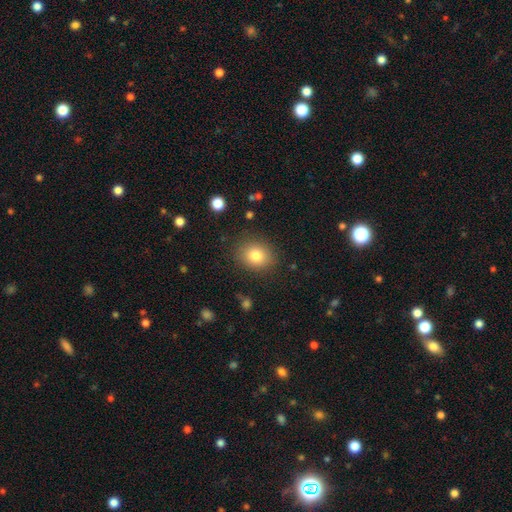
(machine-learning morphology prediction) smooth-or-featured: smooth: 81% | star or artifact: 10% | featured or disk: 8%
  how-rounded: round: 64% | in between: 35% | cigar-shaped: 1%
  merging: none: 85% | minor disturbance: 10% | major disturbance: 4% | merger: 1%